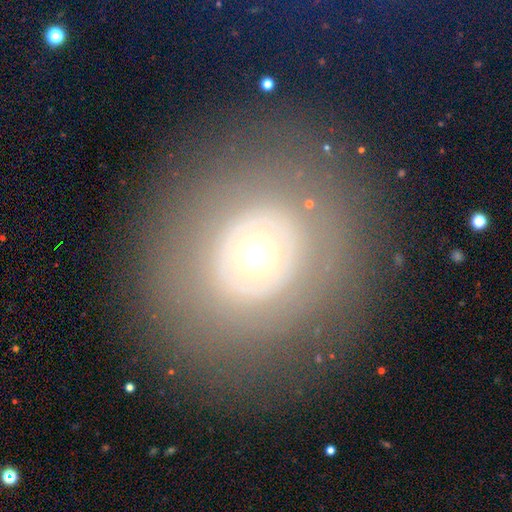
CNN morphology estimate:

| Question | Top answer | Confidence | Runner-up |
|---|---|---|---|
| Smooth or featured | smooth | 45% | tied: featured or disk (45%) |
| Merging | none | 82% | minor disturbance (9%) |